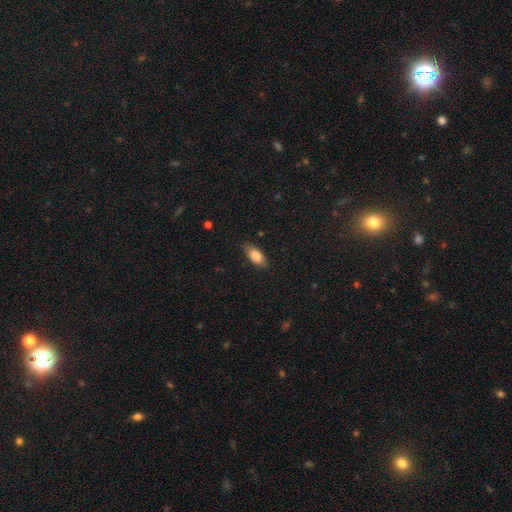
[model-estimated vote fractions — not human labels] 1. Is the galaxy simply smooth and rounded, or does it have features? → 83% smooth, 10% featured or disk, 6% star or artifact.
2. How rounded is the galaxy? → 86% in between, 10% cigar-shaped, 3% round.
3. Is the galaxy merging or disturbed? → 80% none, 15% minor disturbance, 3% major disturbance, 1% merger.